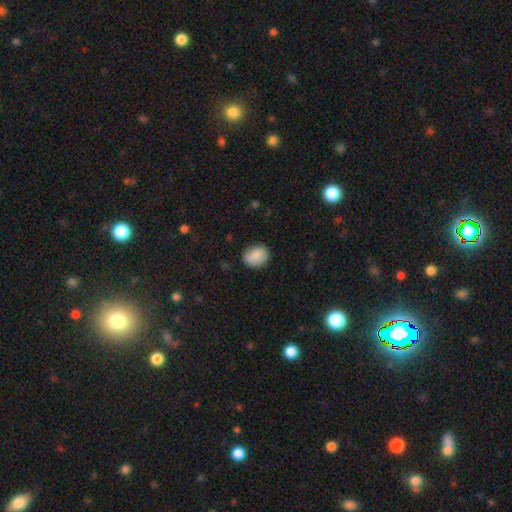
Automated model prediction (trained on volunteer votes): smooth 85%, featured or disk 8%, star or artifact 7%. Down the decision tree: how rounded — in between (55%); merging — none (80%).